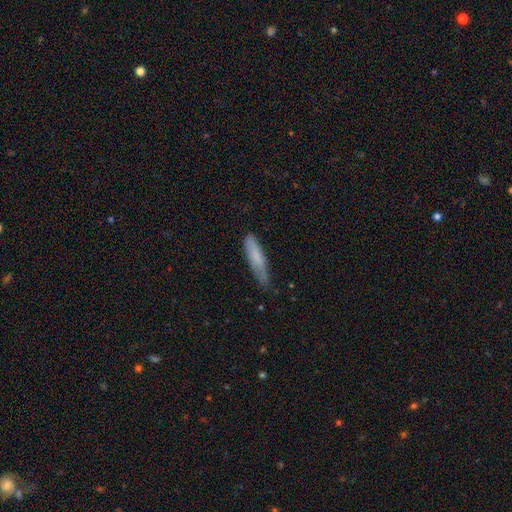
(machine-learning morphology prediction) Q: Smooth or featured?
A: smooth (76%); runner-up: featured or disk (18%)
Q: How rounded?
A: cigar-shaped (80%); runner-up: in between (19%)
Q: Merging?
A: none (62%); runner-up: minor disturbance (30%)